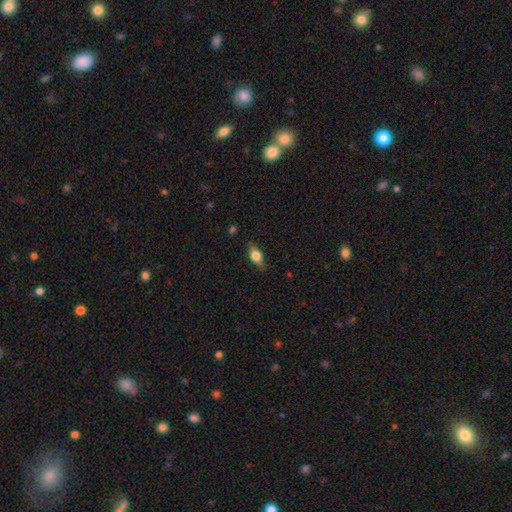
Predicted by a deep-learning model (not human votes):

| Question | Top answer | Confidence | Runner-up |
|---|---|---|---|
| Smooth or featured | smooth | 66% | featured or disk (26%) |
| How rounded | in between | 76% | cigar-shaped (14%) |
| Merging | none | 80% | minor disturbance (16%) |